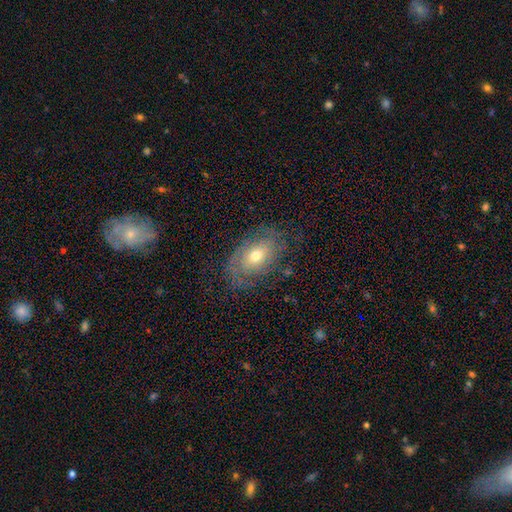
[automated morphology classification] A featured or disk galaxy (48%). Merging: none (67%).